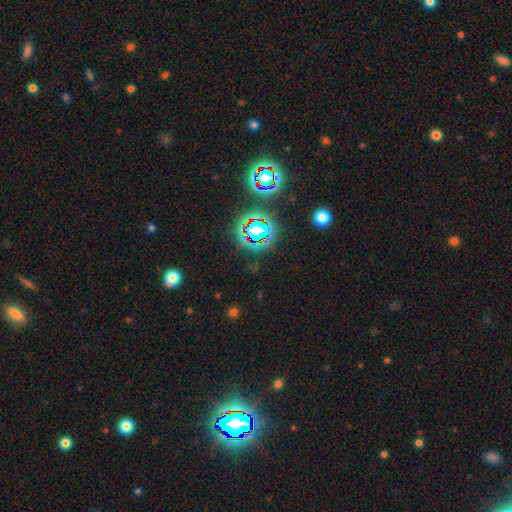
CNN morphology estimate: smooth_or_featured: star or artifact (p=0.79) [alt: smooth p=0.13]